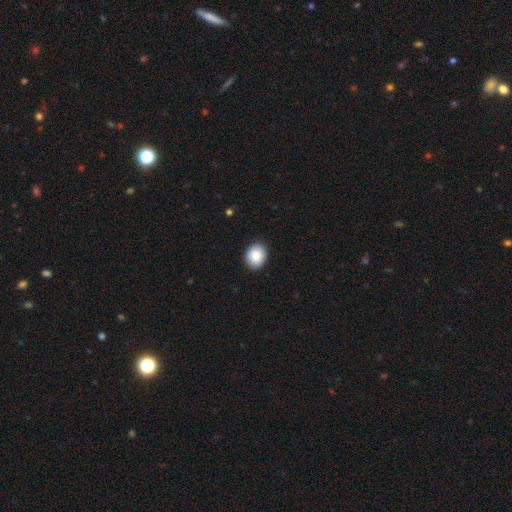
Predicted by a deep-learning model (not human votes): A smooth galaxy with no disk features (86%) that is round (53%). Merging: none (90%).